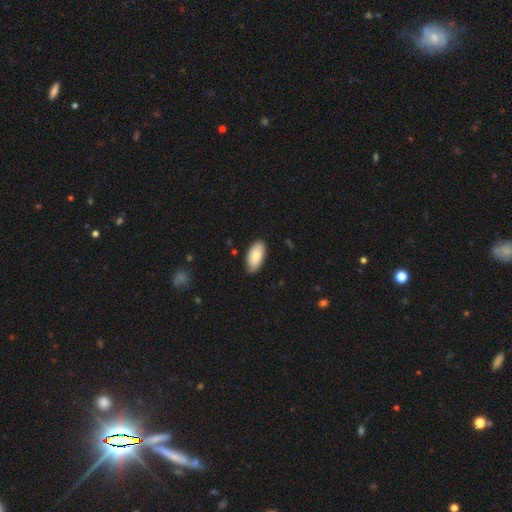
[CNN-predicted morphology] type=smooth (84%); roundness=in between (93%); merging=none (83%).